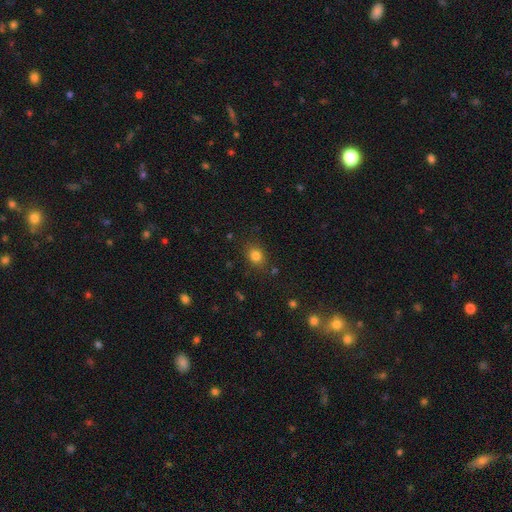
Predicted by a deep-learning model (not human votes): This appears to be a smooth galaxy with no disk features (81%) that is round (56%). Merging: none (82%).